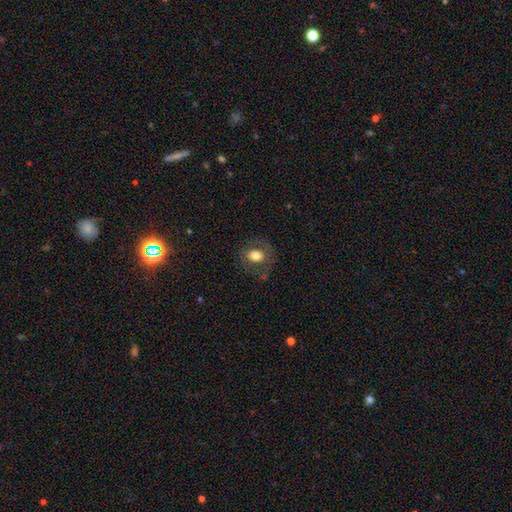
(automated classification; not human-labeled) The model was most divided on "how rounded": round: 64%, in between: 35%, cigar-shaped: 1%. More confident: merging — none (76%); smooth or featured — smooth (66%).